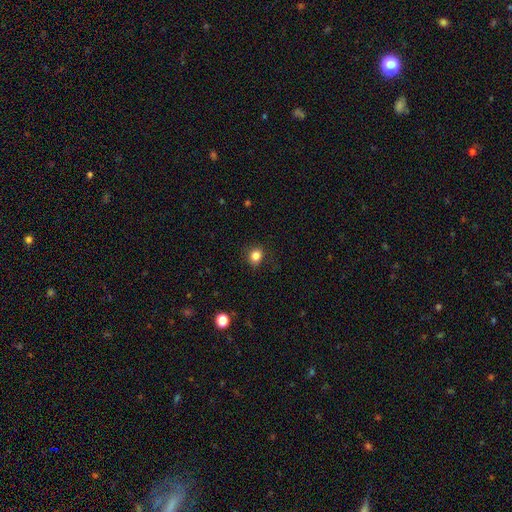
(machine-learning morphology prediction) A smooth galaxy with no disk features (84%) that is round (67%).

Vote fractions:
- Smooth or featured? smooth: 84% / star or artifact: 11% / featured or disk: 5%
- How rounded? round: 67% / in between: 32% / cigar-shaped: 1%
- Merging? none: 84% / minor disturbance: 11% / major disturbance: 3% / merger: 1%